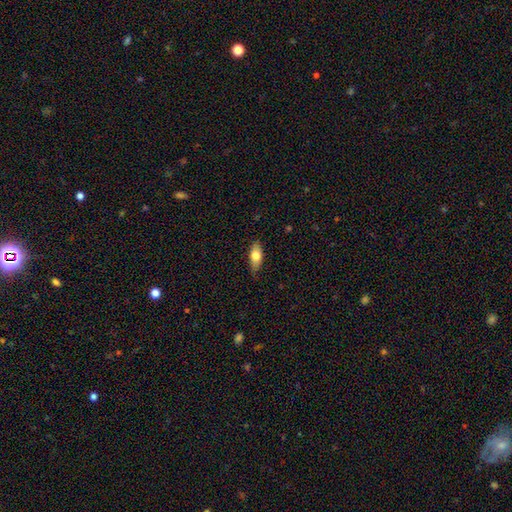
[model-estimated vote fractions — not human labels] Overall: smooth (73%). How rounded: in between (79%). Merging: none (77%).